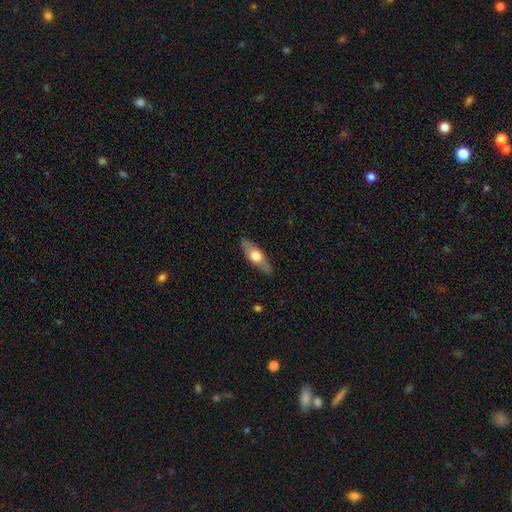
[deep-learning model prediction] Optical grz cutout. It shows a smooth galaxy with no disk features (48%). Merging: none (85%).